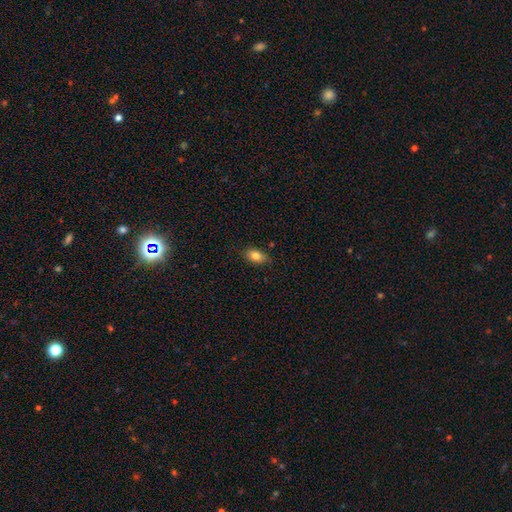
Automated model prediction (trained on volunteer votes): Overall: smooth (83%). How rounded: in between (86%). Merging: none (81%).